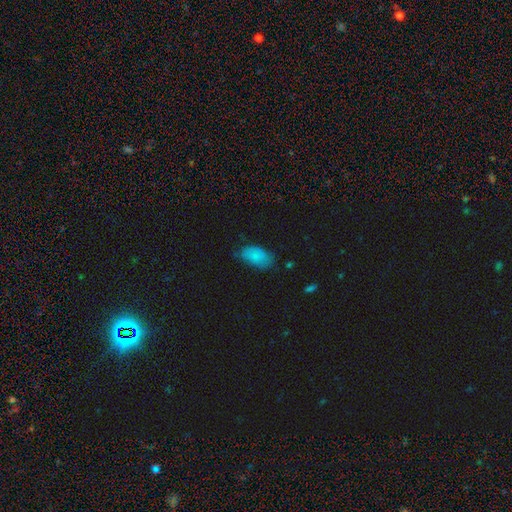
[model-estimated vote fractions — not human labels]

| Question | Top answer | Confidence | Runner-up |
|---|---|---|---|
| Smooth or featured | smooth | 78% | featured or disk (14%) |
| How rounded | in between | 93% | round (5%) |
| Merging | none | 61% | minor disturbance (29%) |